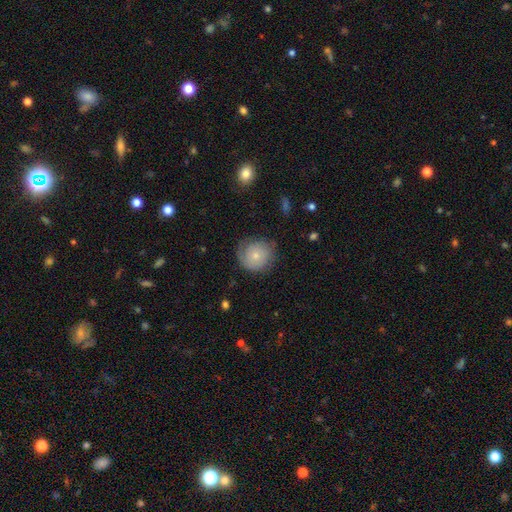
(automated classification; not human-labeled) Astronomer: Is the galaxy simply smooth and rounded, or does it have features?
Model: smooth — 59%.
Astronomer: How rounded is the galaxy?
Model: round — 89%.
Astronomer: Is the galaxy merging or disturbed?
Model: none — 69%.